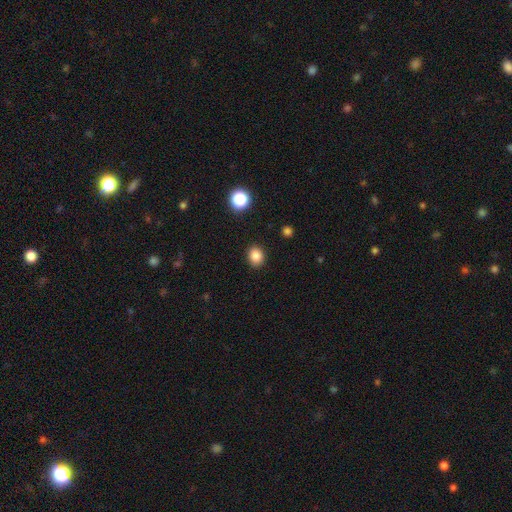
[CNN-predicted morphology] smooth-or-featured: smooth: 85% | star or artifact: 11% | featured or disk: 4%
  how-rounded: round: 64% | in between: 35% | cigar-shaped: 1%
  merging: none: 90% | minor disturbance: 7% | major disturbance: 2% | merger: 1%